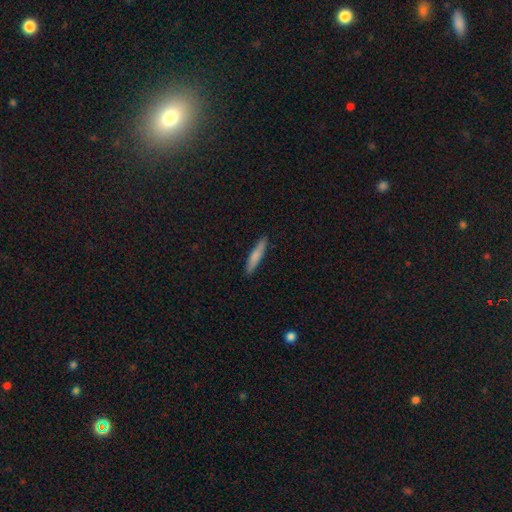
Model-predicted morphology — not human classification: smooth 77%, featured or disk 17%, star or artifact 6%. Down the decision tree: how rounded — cigar-shaped (89%); merging — none (89%).